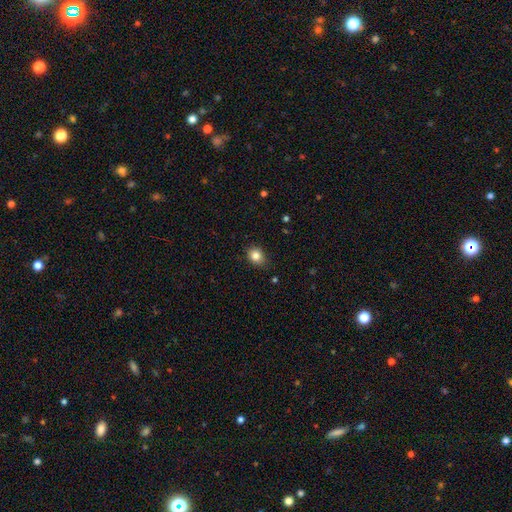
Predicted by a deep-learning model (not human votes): Morphology: type=smooth (84%); roundness=round (53%); merging=none (81%).